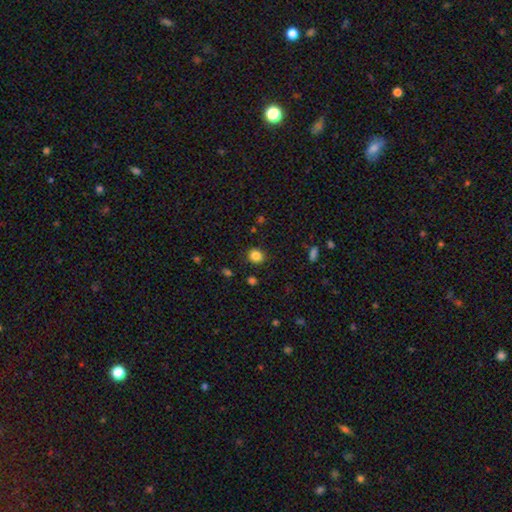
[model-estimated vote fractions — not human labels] A smooth galaxy with no disk features (85%) that is round (67%).

Vote fractions:
- Smooth or featured? smooth: 85% / star or artifact: 11% / featured or disk: 4%
- How rounded? round: 67% / in between: 32% / cigar-shaped: 1%
- Merging? none: 86% / minor disturbance: 10% / major disturbance: 3% / merger: 2%